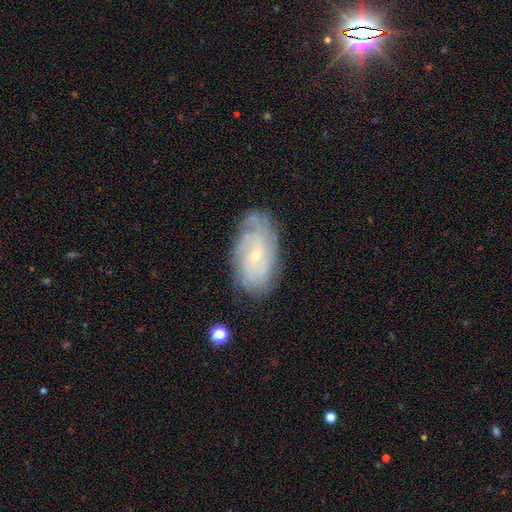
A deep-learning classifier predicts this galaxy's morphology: smooth-or-featured: featured or disk: 75% | smooth: 17% | star or artifact: 8%
  disk-edge-on: no: 95% | yes: 5%
    bar: no: 72% | weak: 24% | strong: 4%
    has-spiral-arms: yes: 92% | no: 8%
      spiral-winding: tight: 68% | medium: 25% | loose: 7%
      spiral-arm-count: can't tell: 45% | 4: 18% | 3: 13% | 2: 11% | more than 4: 8% | 1: 5%
    bulge-size: small: 80% | moderate: 16% | none: 2% | large: 1% | dominant: 1%
  merging: none: 77% | minor disturbance: 17% | major disturbance: 5% | merger: 1%